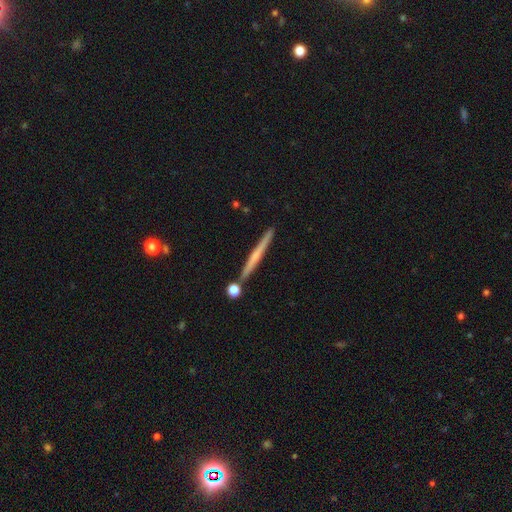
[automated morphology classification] Smooth or featured? featured or disk (57%)
Edge-on disk? yes (97%)
Edge-on bulge? none (63%)
Merging? none (86%)